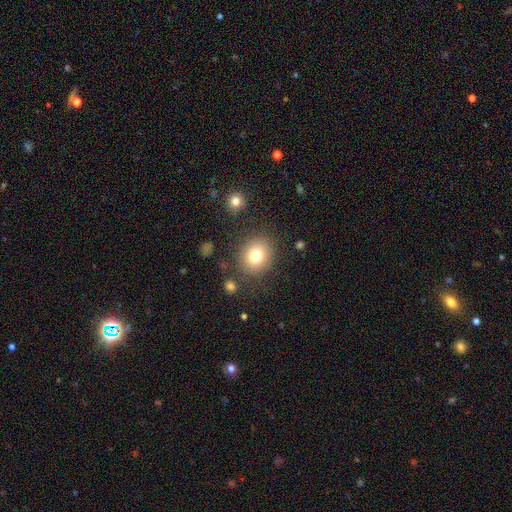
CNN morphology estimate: Smooth or featured? Predicted: smooth (p=0.77). How rounded? Predicted: round (p=0.77). Merging? Predicted: none (p=0.83).